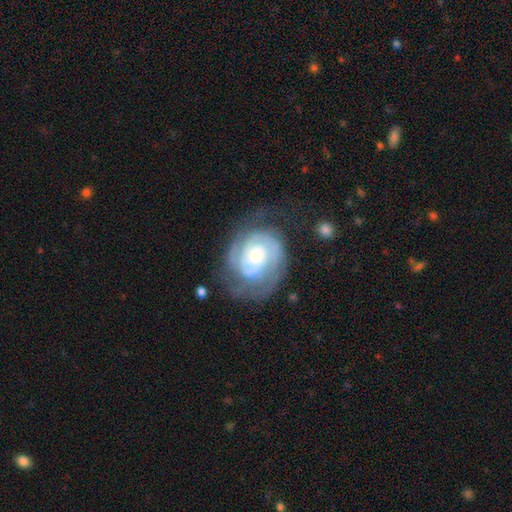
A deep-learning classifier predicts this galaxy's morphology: The model was most divided on "bulge size": small: 47%, moderate: 44%, large: 5%, none: 2%, dominant: 1%. Remaining: edge-on disk — no (97%); spiral arms — yes (95%); smooth or featured — featured or disk (85%); bar — no (70%); spiral winding — tight (68%); merging — none (64%); spiral arm count — 2 (48%).